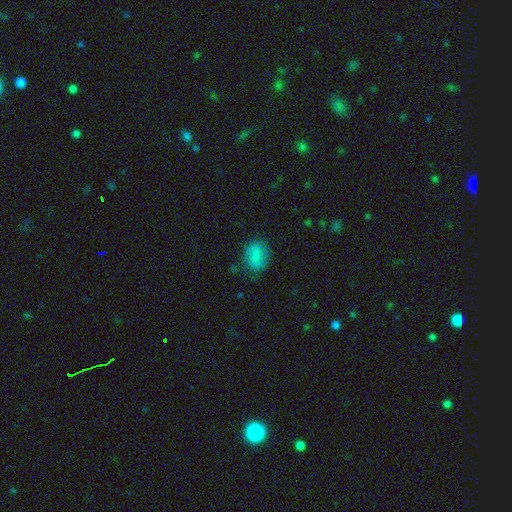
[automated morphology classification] smooth 71%, featured or disk 20%, star or artifact 9%. Down the decision tree: how rounded — in between (54%); merging — none (77%).